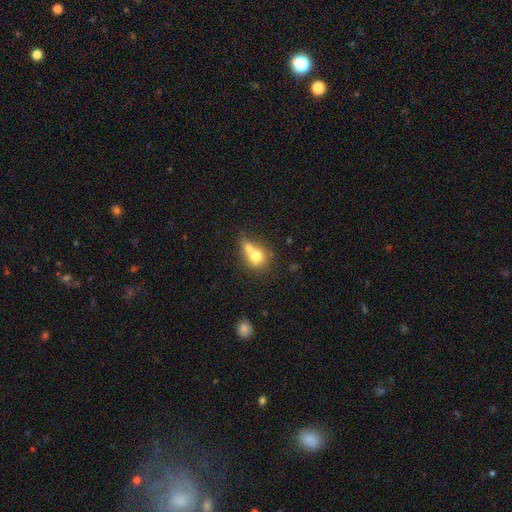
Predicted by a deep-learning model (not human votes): Smooth or featured: smooth — 70% (featured or disk — 20%)
How rounded: round — 68% (in between — 31%)
Merging: merger — 59% (none — 27%)